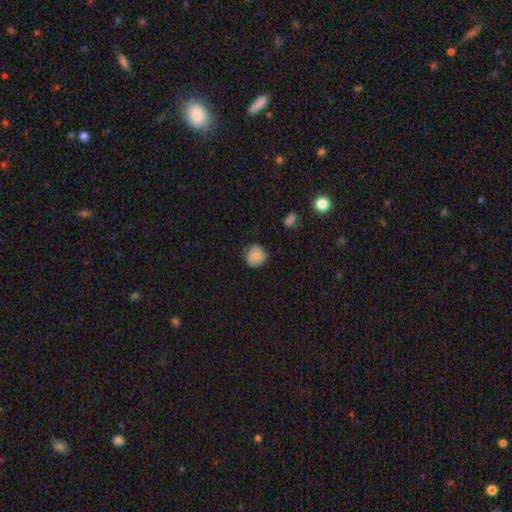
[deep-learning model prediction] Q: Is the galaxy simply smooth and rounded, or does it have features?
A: smooth — 83%.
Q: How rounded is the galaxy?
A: round — 82%.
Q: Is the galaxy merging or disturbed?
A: none — 72%.